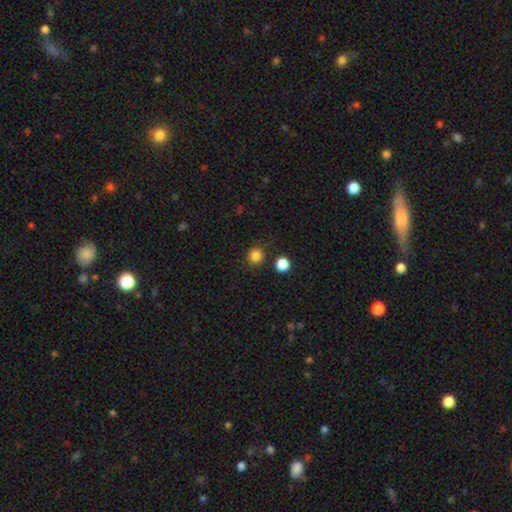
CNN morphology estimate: smooth-or-featured: smooth: 84% | star or artifact: 13% | featured or disk: 4%
  how-rounded: round: 91% | in between: 8% | cigar-shaped: 1%
  merging: none: 87% | minor disturbance: 7% | merger: 4% | major disturbance: 2%